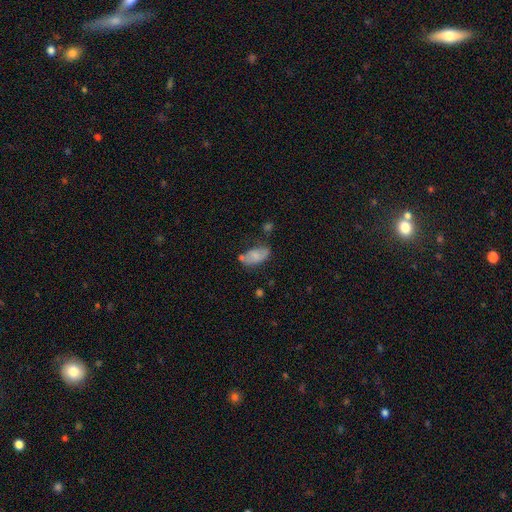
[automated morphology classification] smooth-or-featured: smooth: 72% | featured or disk: 19% | star or artifact: 9%
  how-rounded: in between: 91% | cigar-shaped: 5% | round: 4%
  merging: none: 49% | minor disturbance: 29% | major disturbance: 12% | merger: 11%